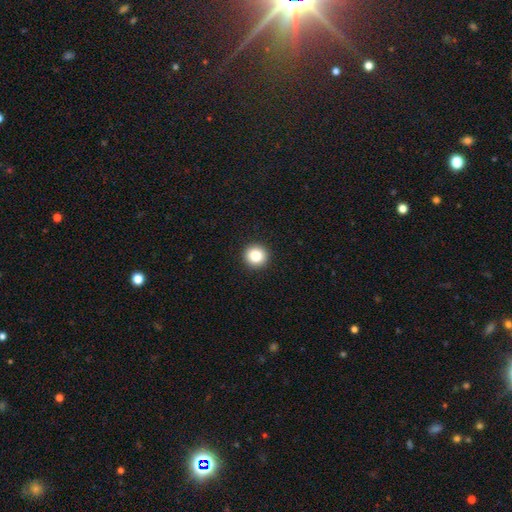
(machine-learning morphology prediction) The model was most divided on "smooth or featured": smooth: 85%, star or artifact: 10%, featured or disk: 6%. More confident: how rounded — round (95%); merging — none (94%).